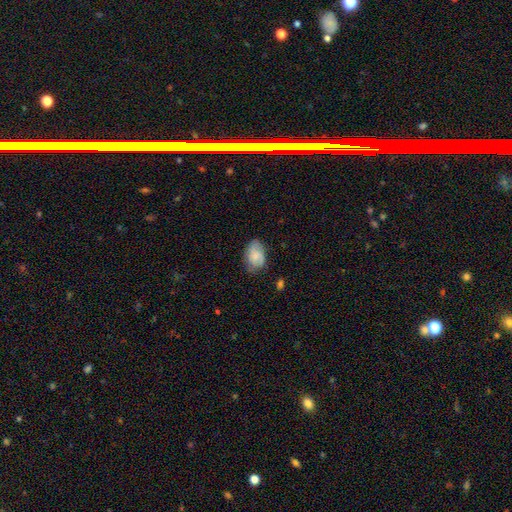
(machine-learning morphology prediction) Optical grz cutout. It shows a smooth galaxy with no disk features (65%) that is in between round and cigar-shaped (84%). Merging: none (60%).